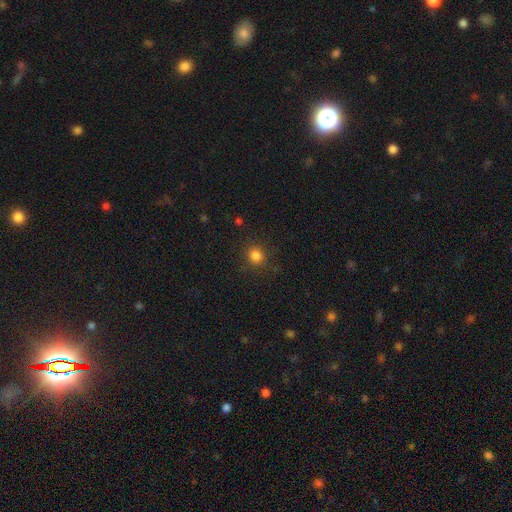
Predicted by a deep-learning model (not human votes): Smooth or featured? smooth (83%)
How rounded? round (90%)
Merging? none (88%)